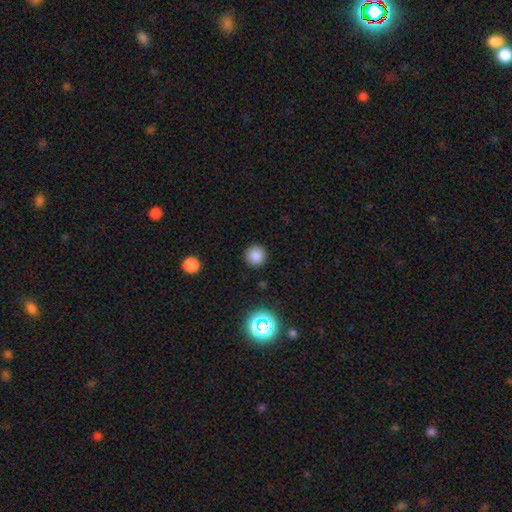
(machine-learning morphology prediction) type=smooth (82%); roundness=round (95%); merging=none (90%).